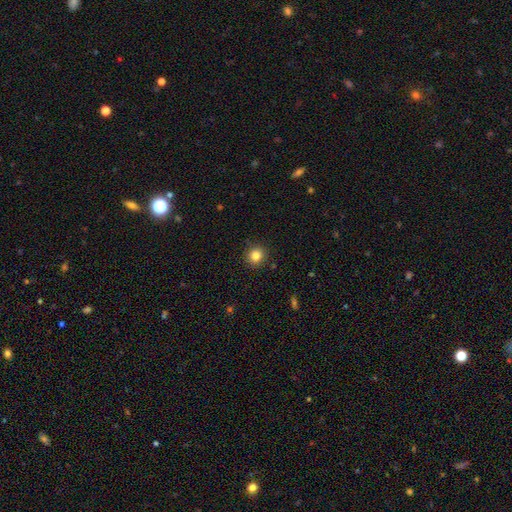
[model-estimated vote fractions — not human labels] This appears to be a smooth galaxy with no disk features (84%) that is round (89%). Merging: none (90%).